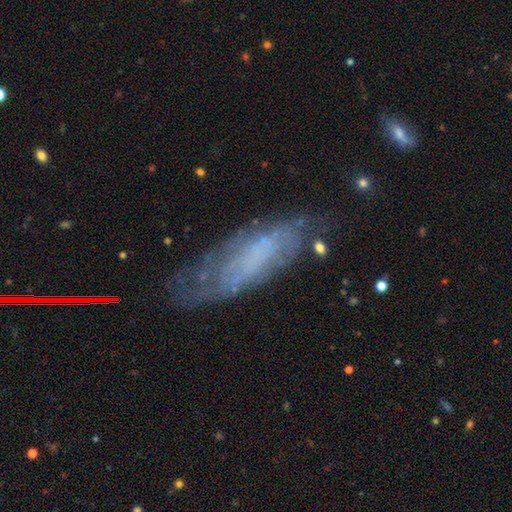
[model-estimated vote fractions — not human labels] Morphology: type=featured or disk (57%); edge-on=no (81%); merging=none (54%).